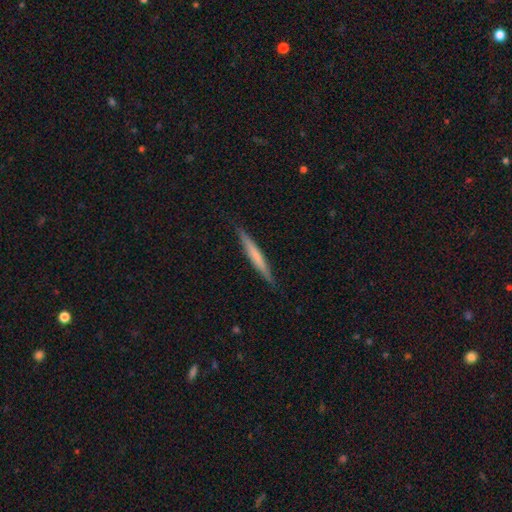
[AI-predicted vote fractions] smooth 53%, featured or disk 41%, star or artifact 5%. Down the decision tree: how rounded — cigar-shaped (96%); merging — none (89%).